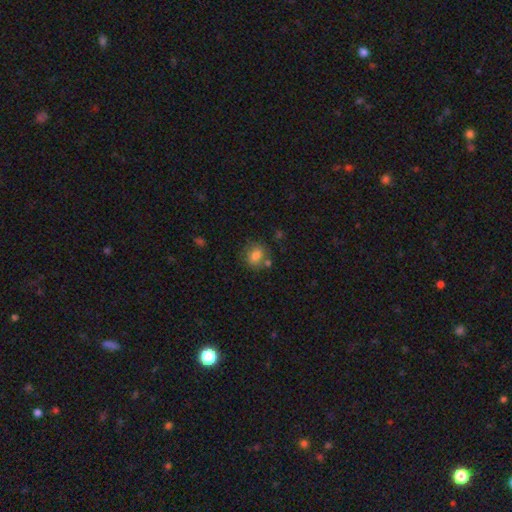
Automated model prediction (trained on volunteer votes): Smooth or featured? smooth (78%)
How rounded? round (72%)
Merging? none (70%)